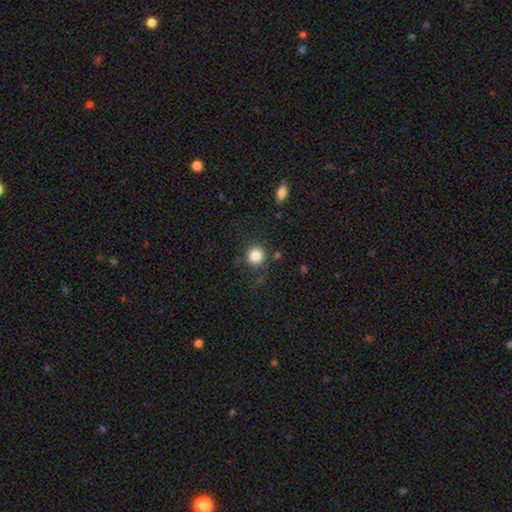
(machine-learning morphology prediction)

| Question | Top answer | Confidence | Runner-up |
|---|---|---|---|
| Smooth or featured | smooth | 85% | star or artifact (10%) |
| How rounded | round | 92% | in between (7%) |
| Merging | none | 84% | minor disturbance (9%) |